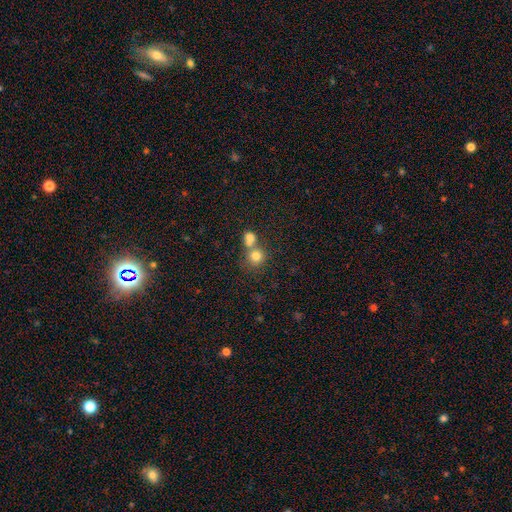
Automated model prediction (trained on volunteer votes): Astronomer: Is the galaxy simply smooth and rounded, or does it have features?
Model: smooth — 76%.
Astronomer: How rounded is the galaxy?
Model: round — 85%.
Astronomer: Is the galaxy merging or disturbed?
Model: merger — 48% (runner-up: none, 43%).